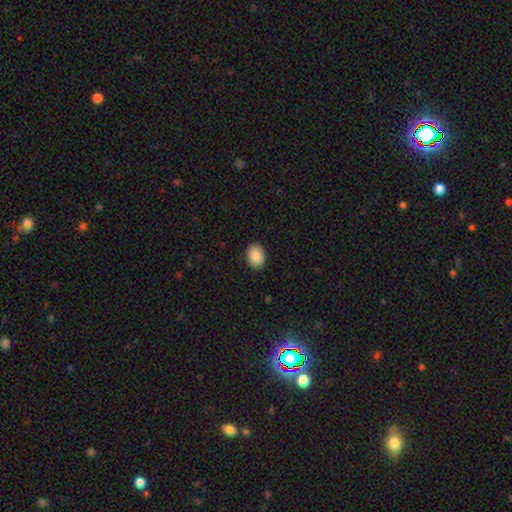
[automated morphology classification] type=smooth (89%); roundness=in between (76%); merging=none (90%).